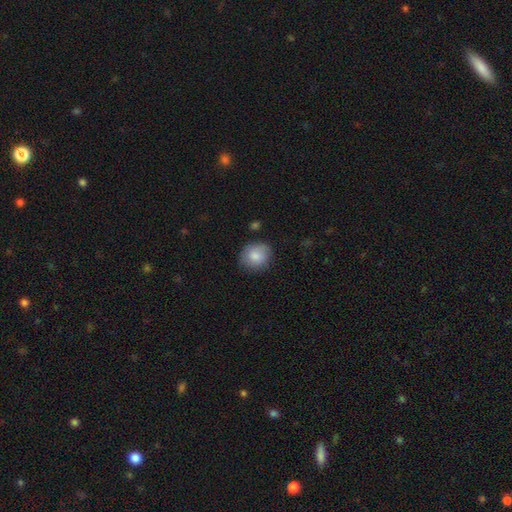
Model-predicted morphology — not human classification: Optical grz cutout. It shows a smooth galaxy with no disk features (84%) that is round (73%). Merging: none (78%).